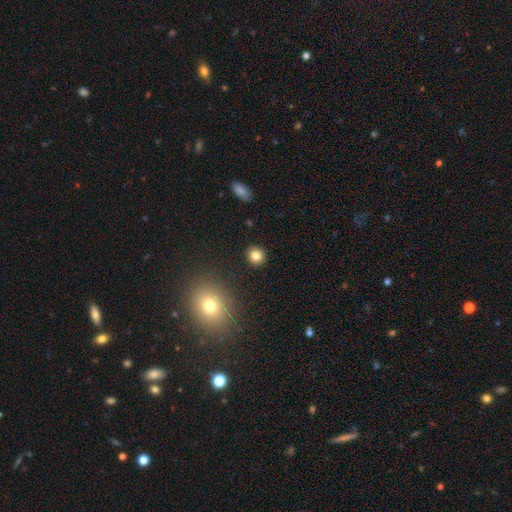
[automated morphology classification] type=smooth (82%); roundness=round (86%); merging=none (90%).